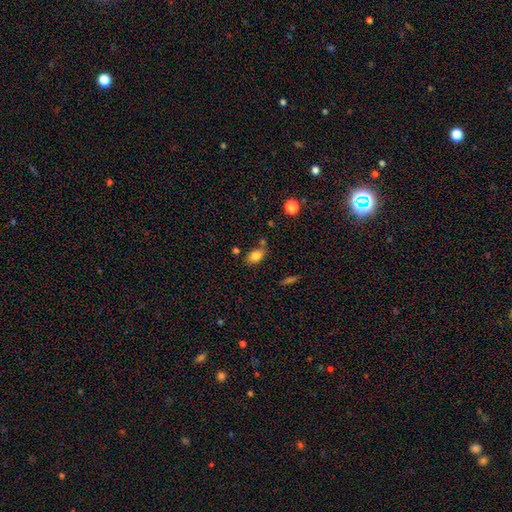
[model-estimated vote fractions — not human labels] Smooth or featured: smooth — 81% (featured or disk — 9%)
How rounded: in between — 83% (round — 14%)
Merging: none — 67% (minor disturbance — 17%)